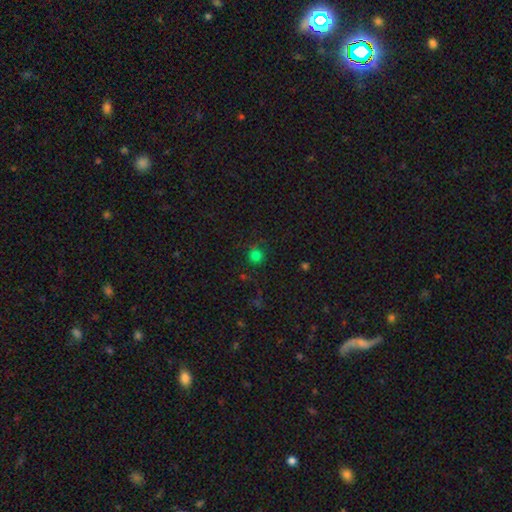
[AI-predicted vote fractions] Morphology: type=smooth (71%); roundness=round (91%); merging=none (74%).